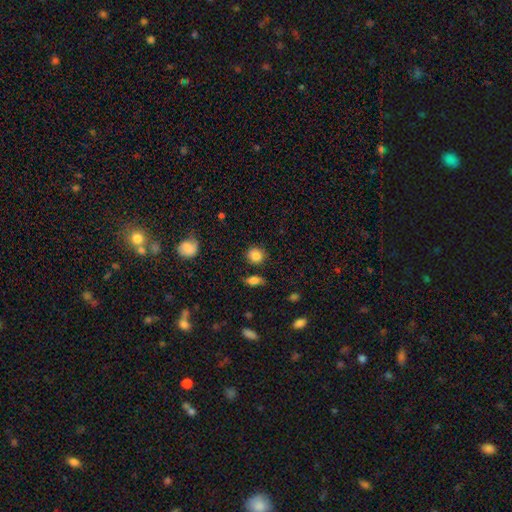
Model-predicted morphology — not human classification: Smooth or featured? smooth (85%)
How rounded? round (85%)
Merging? none (83%)